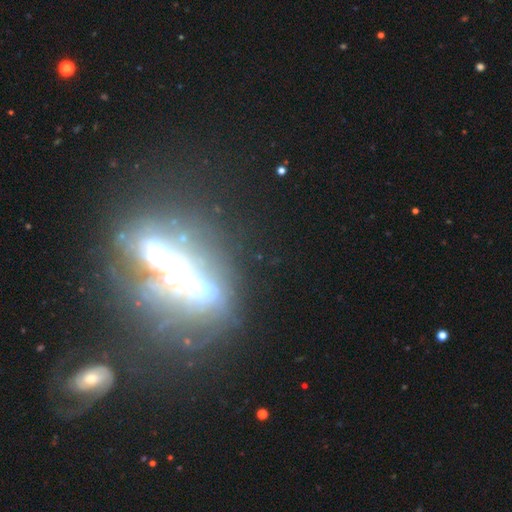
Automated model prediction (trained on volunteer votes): smooth-or-featured: featured or disk: 61% | star or artifact: 23% | smooth: 16%
  disk-edge-on: yes: 59% | no: 41%
  merging: none: 53% | major disturbance: 17% | merger: 15% | minor disturbance: 14%